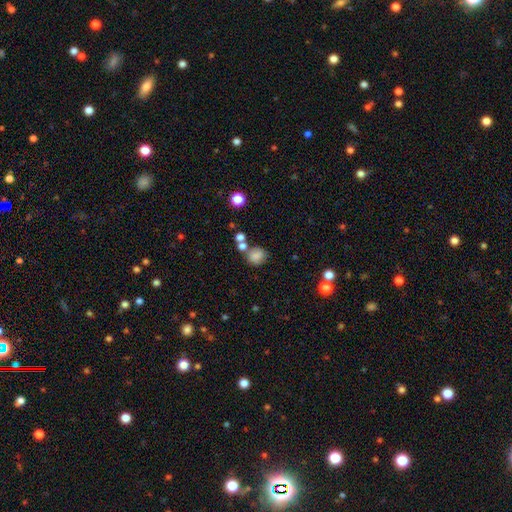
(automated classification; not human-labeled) smooth-or-featured: smooth: 78% | star or artifact: 12% | featured or disk: 10%
  how-rounded: round: 74% | in between: 25% | cigar-shaped: 1%
  merging: none: 58% | merger: 20% | minor disturbance: 16% | major disturbance: 7%